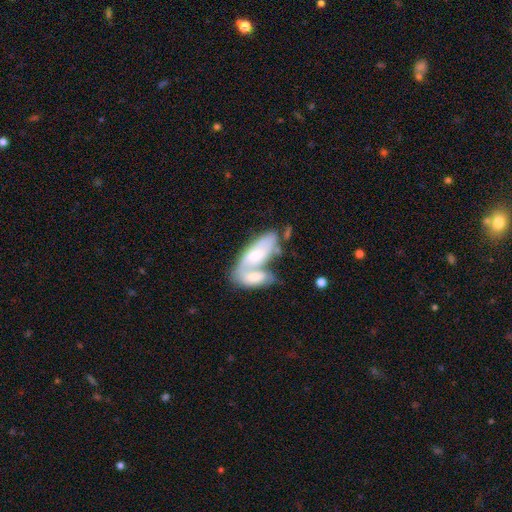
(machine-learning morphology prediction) The model was most divided on "smooth or featured": smooth: 52%, featured or disk: 42%, star or artifact: 6%. More confident: how rounded — in between (80%); merging — merger (72%).